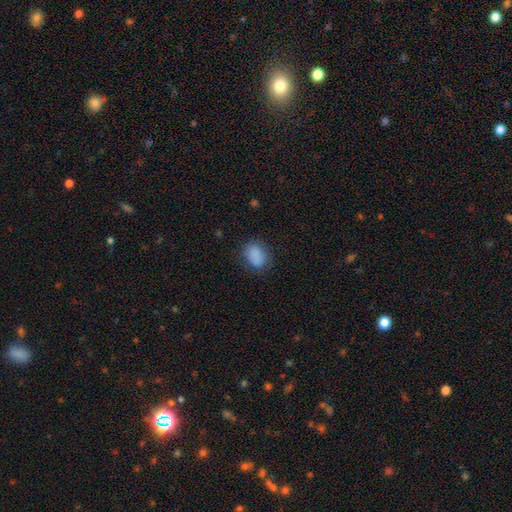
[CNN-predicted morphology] A smooth galaxy with no disk features (86%) that is in between round and cigar-shaped (70%). Merging: none (76%).